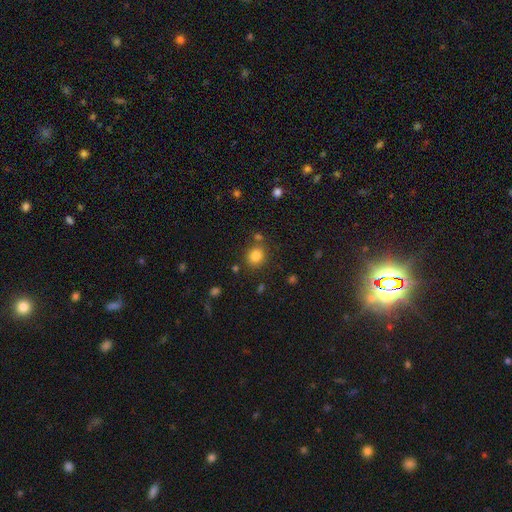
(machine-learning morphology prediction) This appears to be a smooth galaxy with no disk features (82%) that is round (70%). Merging: none (79%).